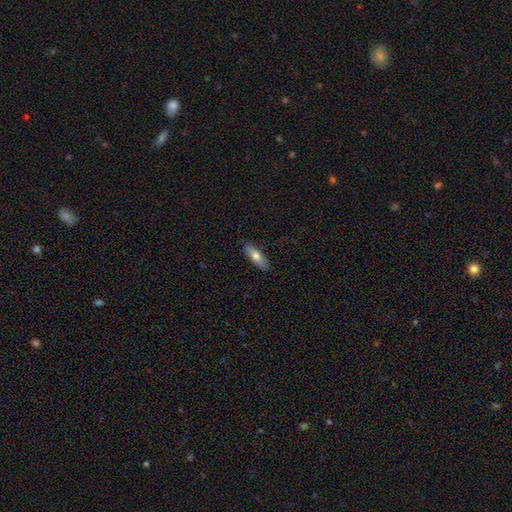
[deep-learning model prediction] Smooth or featured? smooth (73%)
How rounded? in between (59%)
Merging? none (88%)